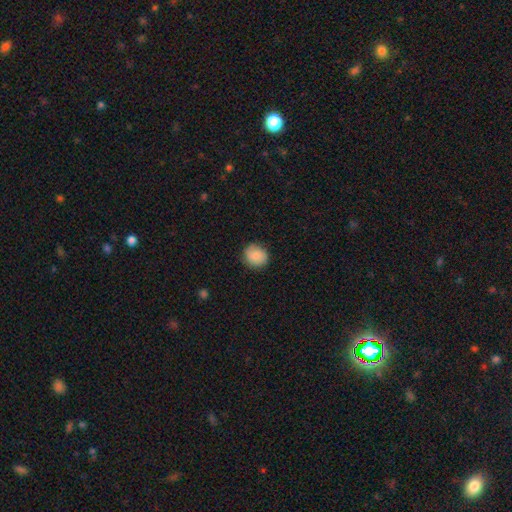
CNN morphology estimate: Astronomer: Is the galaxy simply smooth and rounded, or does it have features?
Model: smooth — 83%.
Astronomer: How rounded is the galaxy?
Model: round — 82%.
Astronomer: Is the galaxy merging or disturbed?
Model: none — 84%.